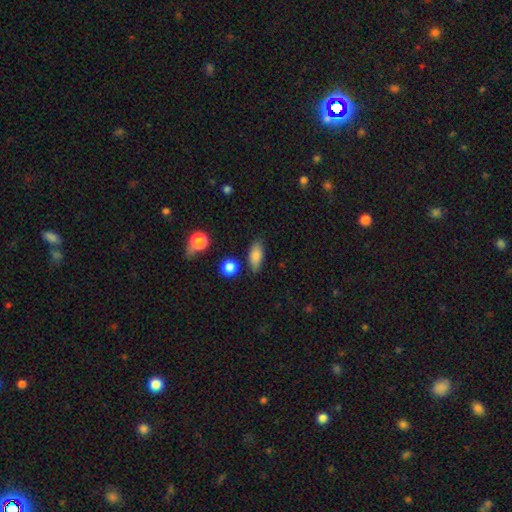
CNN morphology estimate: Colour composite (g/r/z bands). It shows a smooth galaxy with no disk features (83%) that is in between round and cigar-shaped (81%). Merging: none (79%).